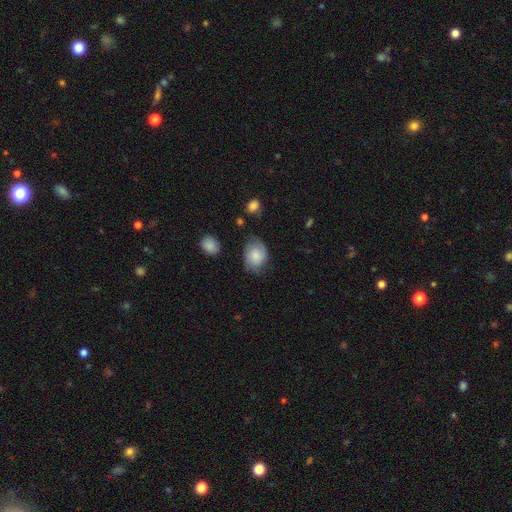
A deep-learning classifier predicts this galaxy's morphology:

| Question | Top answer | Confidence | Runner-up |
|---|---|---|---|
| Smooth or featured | smooth | 66% | featured or disk (26%) |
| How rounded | in between | 61% | round (38%) |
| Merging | none | 59% | minor disturbance (29%) |